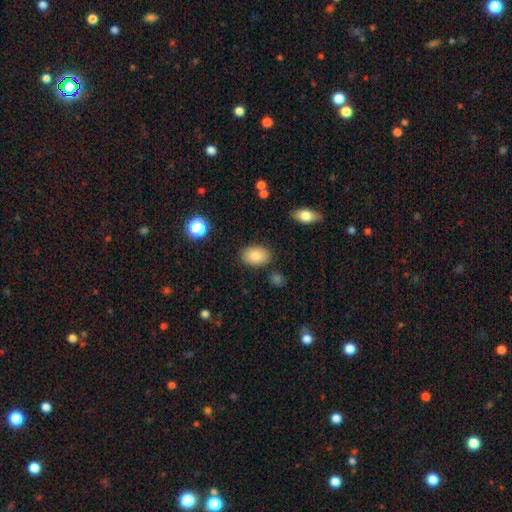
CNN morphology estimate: Q: Smooth or featured?
A: smooth (84%); runner-up: star or artifact (8%)
Q: How rounded?
A: in between (87%); runner-up: round (12%)
Q: Merging?
A: none (84%); runner-up: minor disturbance (10%)